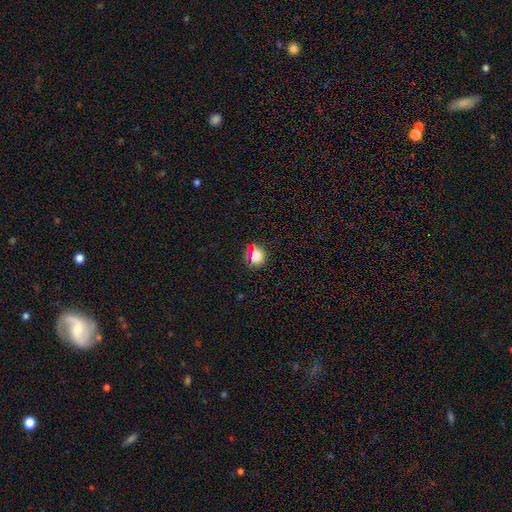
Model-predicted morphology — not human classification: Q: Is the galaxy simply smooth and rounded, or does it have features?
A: smooth — 74%.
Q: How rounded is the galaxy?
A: round — 80%.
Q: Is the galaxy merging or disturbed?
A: none — 64%.